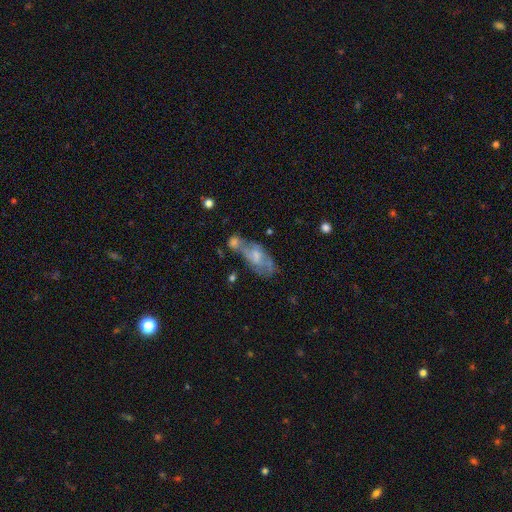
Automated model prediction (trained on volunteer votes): Smooth or featured?
  - featured or disk: 57% *
  - smooth: 33%
  - star or artifact: 10%
Edge-on disk?
  - no: 88% *
  - yes: 12%
Merging?
  - none: 35% *
  - merger: 32%
  - minor disturbance: 19%
  - major disturbance: 14%